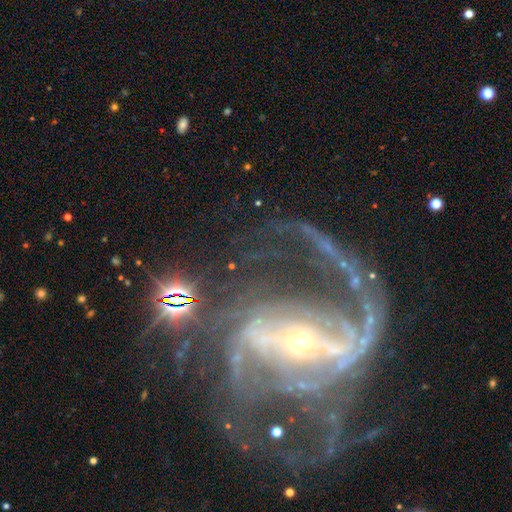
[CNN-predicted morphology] Q: Smooth or featured?
A: featured or disk (90%); runner-up: star or artifact (7%)
Q: Edge-on disk?
A: no (97%); runner-up: yes (3%)
Q: Bar?
A: strong (63%); runner-up: weak (23%)
Q: Spiral arms?
A: yes (95%); runner-up: no (5%)
Q: Spiral winding?
A: medium (46%); runner-up: loose (34%)
Q: Spiral arm count?
A: 2 (66%); runner-up: can't tell (11%)
Q: Bulge size?
A: small (77%); runner-up: moderate (18%)
Q: Merging?
A: none (45%); runner-up: major disturbance (33%)